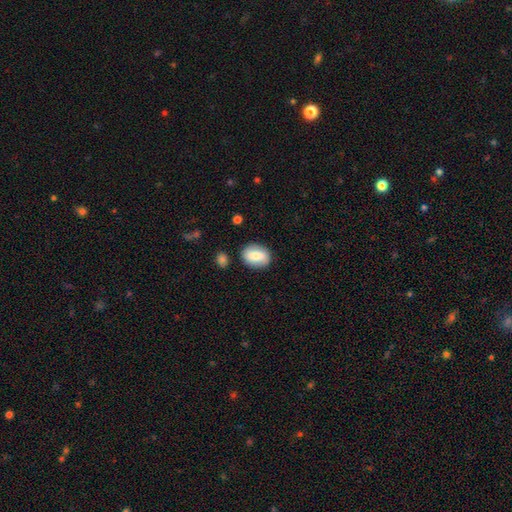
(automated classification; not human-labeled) smooth 75%, featured or disk 18%, star or artifact 7%. Down the decision tree: how rounded — in between (63%); merging — none (83%).